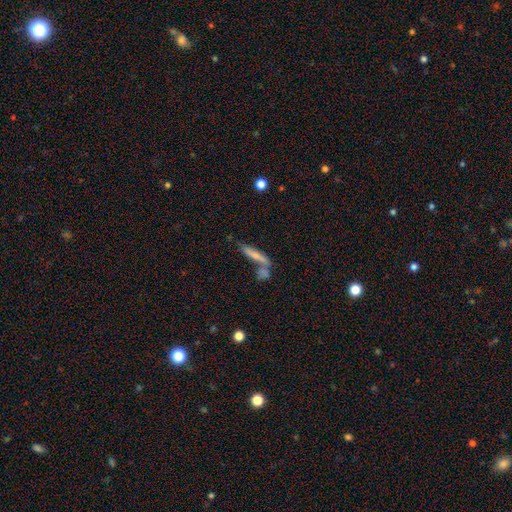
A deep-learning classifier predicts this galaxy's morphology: Smooth or featured? Predicted: smooth (p=0.59). How rounded? Predicted: cigar-shaped (p=0.84). Merging? Predicted: none (p=0.44).